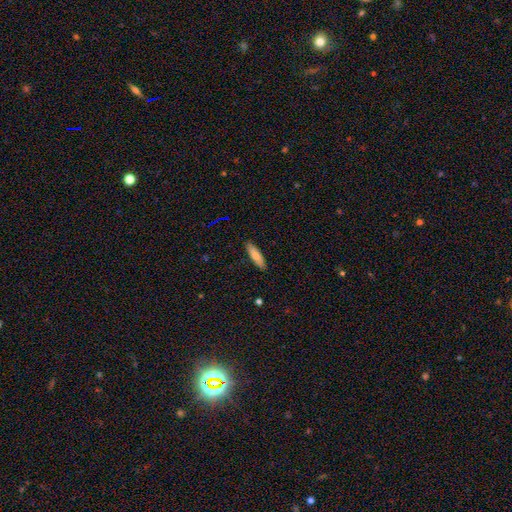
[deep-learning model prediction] Smooth or featured? smooth (78%)
How rounded? cigar-shaped (67%)
Merging? none (89%)